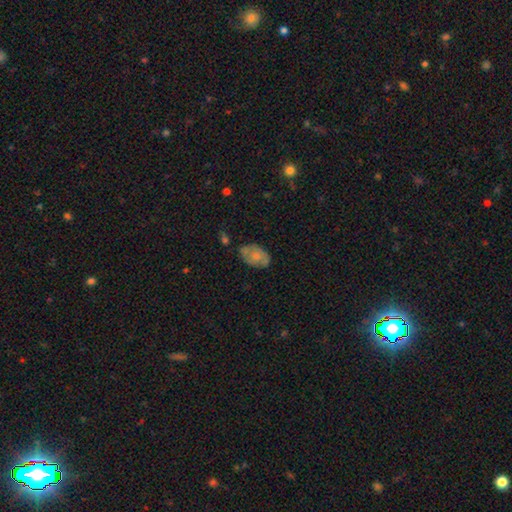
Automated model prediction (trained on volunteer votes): Smooth or featured?
  - smooth: 57% *
  - featured or disk: 35%
  - star or artifact: 8%
How rounded?
  - in between: 89% *
  - round: 9%
  - cigar-shaped: 1%
Merging?
  - none: 72% *
  - minor disturbance: 20%
  - major disturbance: 5%
  - merger: 3%